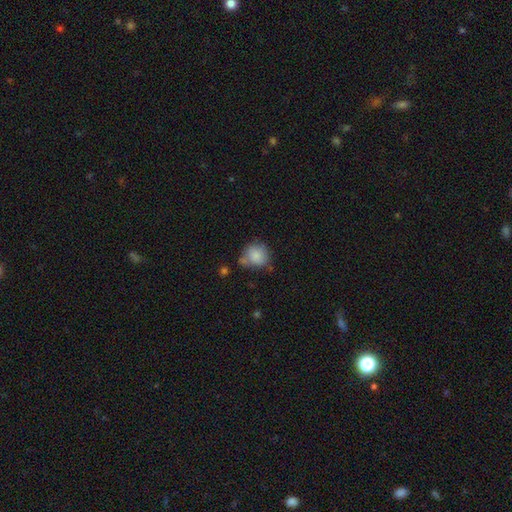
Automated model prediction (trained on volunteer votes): smooth_or_featured: smooth (p=0.84) [alt: star or artifact p=0.08]
how_rounded: round (p=0.80) [alt: in between p=0.19]
merging: none (p=0.53) [alt: minor disturbance p=0.24]